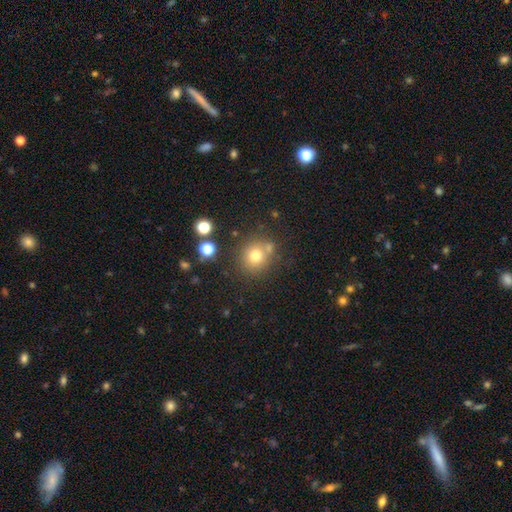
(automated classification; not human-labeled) A smooth galaxy with no disk features (73%) that is round (87%). Merging: none (72%).